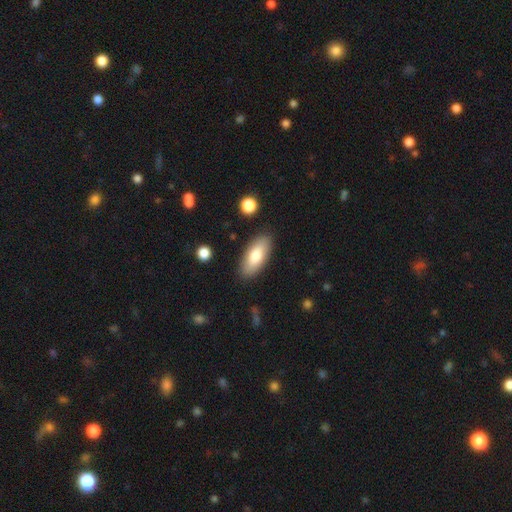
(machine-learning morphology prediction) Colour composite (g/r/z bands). It shows a smooth galaxy with no disk features (76%) that is in between round and cigar-shaped (84%). Merging: none (86%).